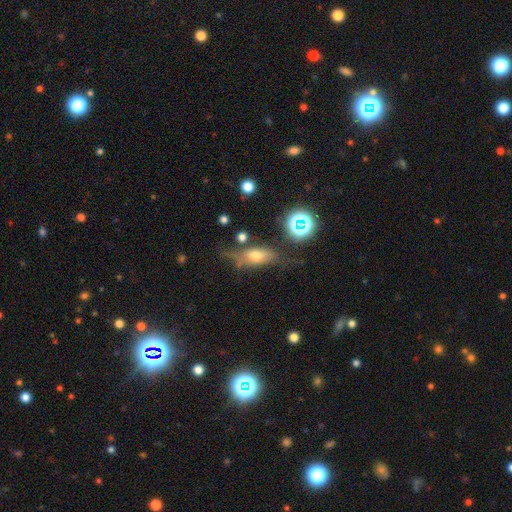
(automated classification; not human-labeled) smooth 53%, featured or disk 31%, star or artifact 16%. Down the decision tree: how rounded — in between (68%); merging — none (54%).